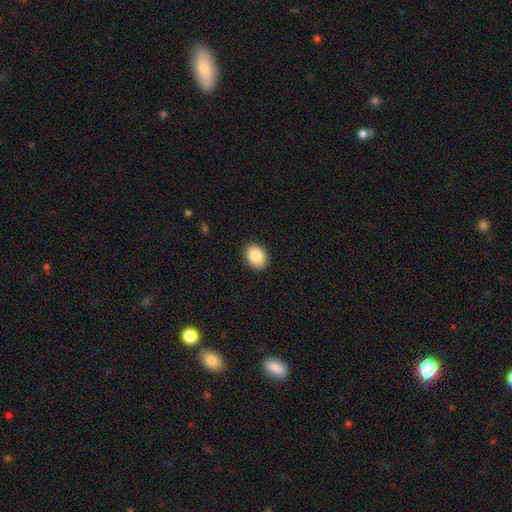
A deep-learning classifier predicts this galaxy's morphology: type=smooth (87%); roundness=in between (64%); merging=none (90%).